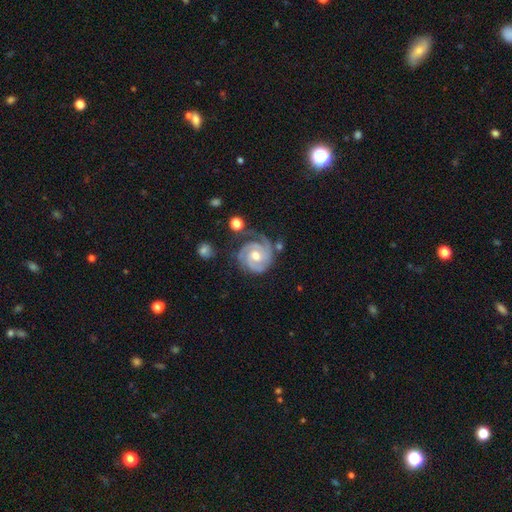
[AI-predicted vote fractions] smooth-or-featured: featured or disk: 89% | smooth: 6% | star or artifact: 4%
  disk-edge-on: no: 98% | yes: 2%
    bar: no: 55% | weak: 35% | strong: 10%
    has-spiral-arms: yes: 98% | no: 2%
      spiral-winding: tight: 72% | medium: 24% | loose: 4%
      spiral-arm-count: 2: 42% | 3: 37% | can't tell: 9% | 1: 4% | 4: 4% | more than 4: 3%
    bulge-size: moderate: 73% | small: 20% | large: 5% | none: 1% | dominant: 1%
  merging: none: 64% | minor disturbance: 21% | major disturbance: 10% | merger: 5%